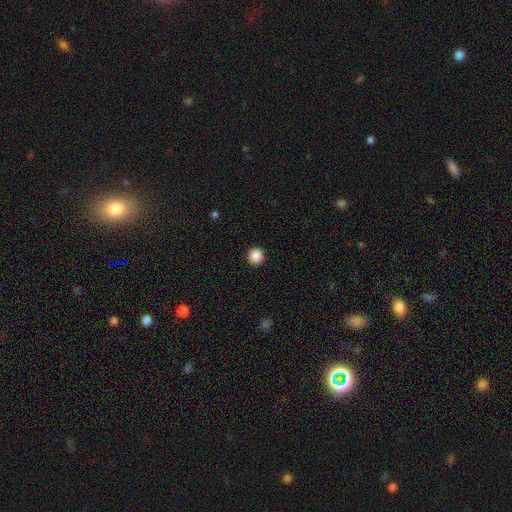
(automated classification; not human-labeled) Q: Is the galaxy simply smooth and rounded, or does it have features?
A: smooth — 88%.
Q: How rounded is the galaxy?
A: round — 94%.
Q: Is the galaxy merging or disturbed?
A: none — 93%.